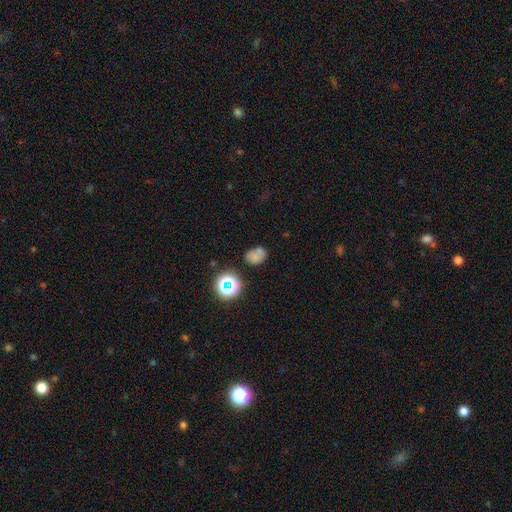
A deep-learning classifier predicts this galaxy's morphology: Smooth or featured?
  - smooth: 66% *
  - star or artifact: 20%
  - featured or disk: 13%
How rounded?
  - in between: 56% *
  - round: 43%
  - cigar-shaped: 1%
Merging?
  - none: 54% *
  - merger: 22%
  - minor disturbance: 17%
  - major disturbance: 7%